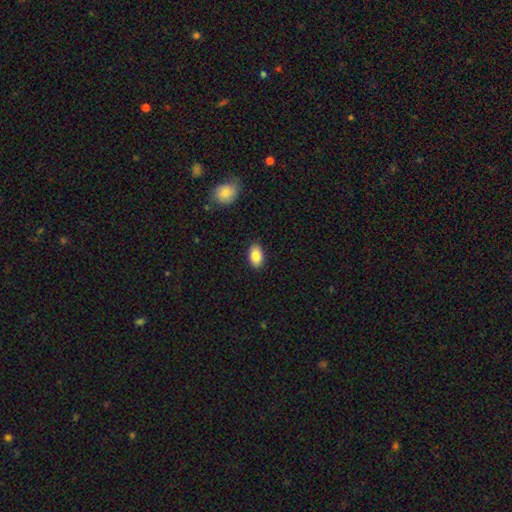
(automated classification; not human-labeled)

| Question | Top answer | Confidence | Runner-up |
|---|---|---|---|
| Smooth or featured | smooth | 86% | star or artifact (7%) |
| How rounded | in between | 91% | round (8%) |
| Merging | none | 89% | minor disturbance (8%) |